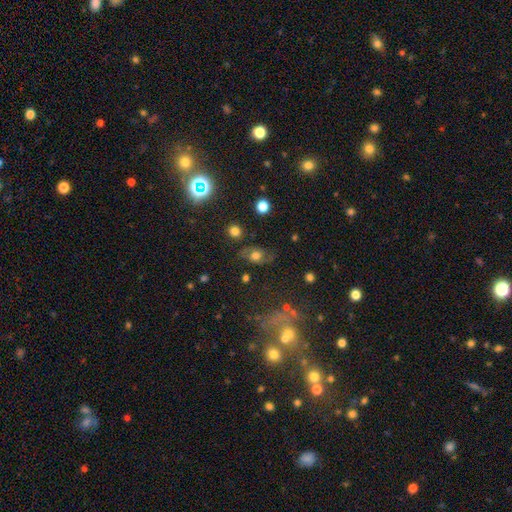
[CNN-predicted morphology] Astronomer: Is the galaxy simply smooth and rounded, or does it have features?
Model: smooth — 50% (runner-up: featured or disk, 37%).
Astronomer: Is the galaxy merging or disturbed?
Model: none — 70%.